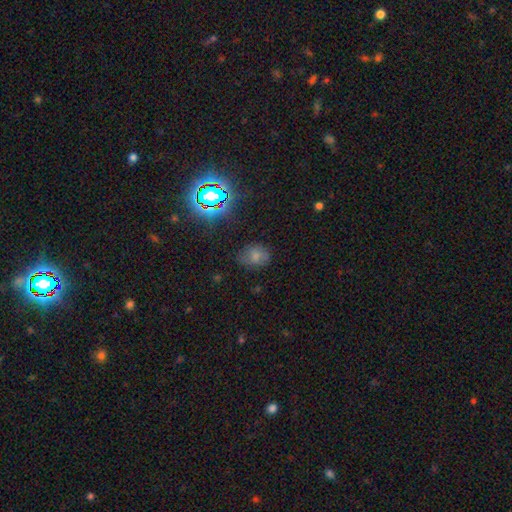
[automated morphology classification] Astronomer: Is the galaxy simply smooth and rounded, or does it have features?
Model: smooth — 67%.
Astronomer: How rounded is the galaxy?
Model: in between — 63%.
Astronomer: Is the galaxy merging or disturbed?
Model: none — 67%.